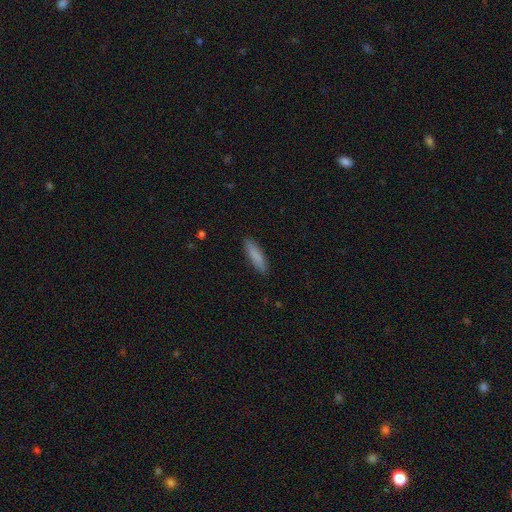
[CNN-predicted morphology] type=smooth (84%); roundness=cigar-shaped (74%); merging=none (89%).